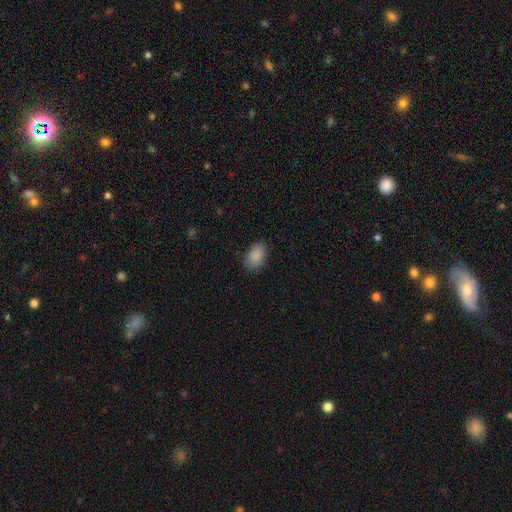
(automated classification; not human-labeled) Morphology: type=smooth (89%); roundness=in between (89%); merging=none (87%).